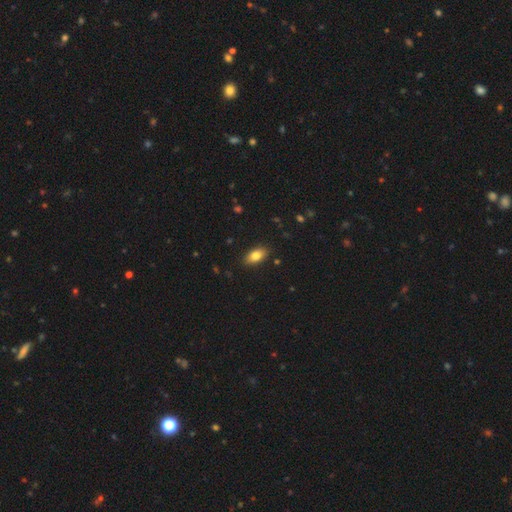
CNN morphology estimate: The model was most divided on "smooth or featured": smooth: 81%, featured or disk: 11%, star or artifact: 8%. More confident: how rounded — in between (90%); merging — none (87%).